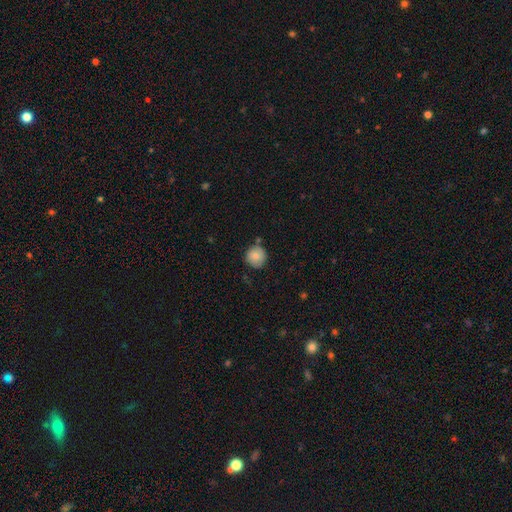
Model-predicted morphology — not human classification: smooth_or_featured: smooth (p=0.82) [alt: featured or disk p=0.10]
how_rounded: round (p=0.92) [alt: in between p=0.07]
merging: none (p=0.76) [alt: minor disturbance p=0.15]